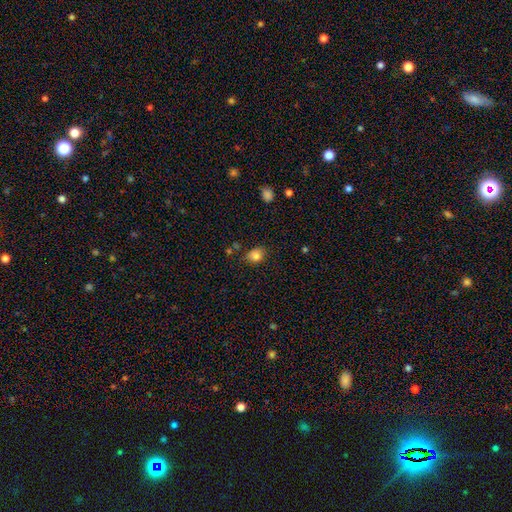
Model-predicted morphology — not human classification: This appears to be a smooth galaxy with no disk features (81%) that is in between round and cigar-shaped (52%). Merging: none (72%).